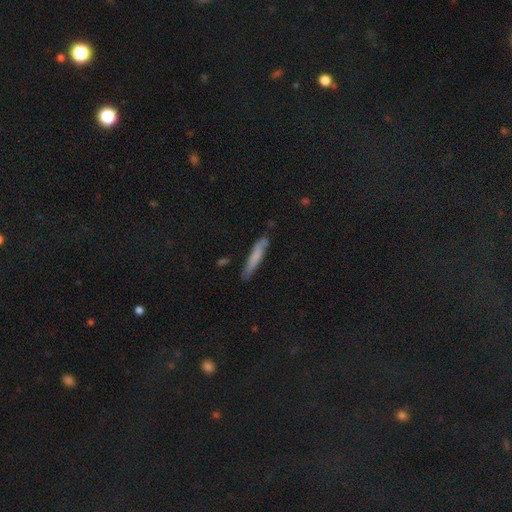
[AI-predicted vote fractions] smooth-or-featured: smooth: 70% | featured or disk: 24% | star or artifact: 6%
  how-rounded: cigar-shaped: 92% | in between: 6% | round: 1%
  merging: none: 80% | minor disturbance: 15% | major disturbance: 3% | merger: 2%